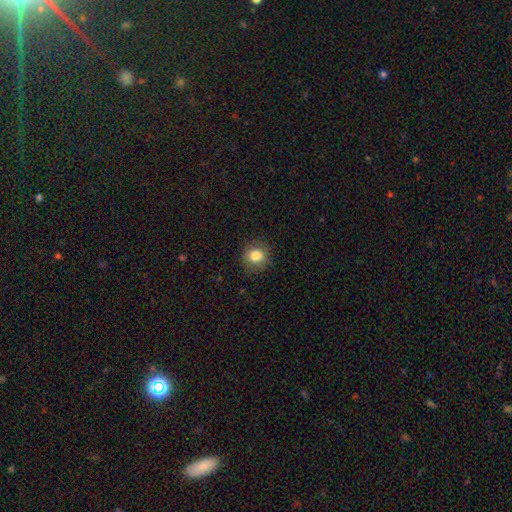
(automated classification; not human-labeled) This is clearly a smooth galaxy (83%). How rounded: clearly round (84%). Merging: clearly none (84%).